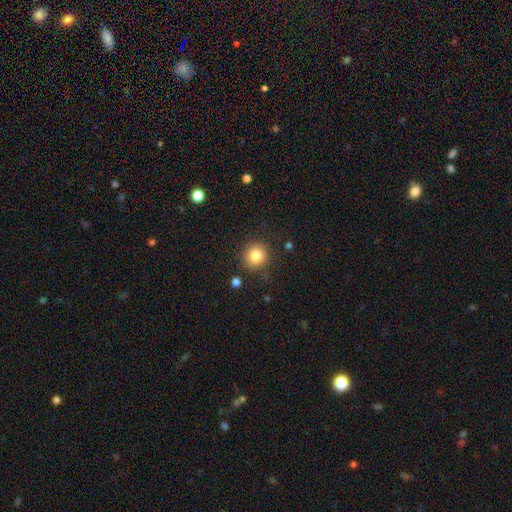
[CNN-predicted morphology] The model was most divided on "smooth or featured": smooth: 82%, star or artifact: 11%, featured or disk: 7%. More confident: how rounded — round (92%); merging — none (88%).